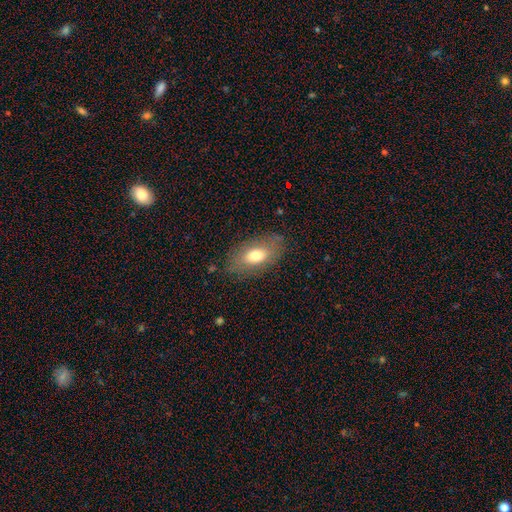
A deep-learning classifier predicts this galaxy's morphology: smooth 70%, featured or disk 22%, star or artifact 8%. Down the decision tree: how rounded — in between (90%); merging — none (80%).